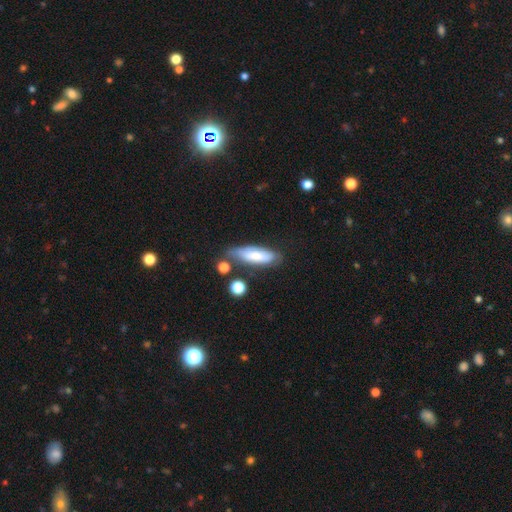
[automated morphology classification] A smooth galaxy with no disk features (65%) that is in between round and cigar-shaped (56%).

Vote fractions:
- Smooth or featured? smooth: 65% / featured or disk: 28% / star or artifact: 7%
- How rounded? in between: 56% / cigar-shaped: 42% / round: 2%
- Merging? none: 54% / minor disturbance: 28% / major disturbance: 10% / merger: 8%